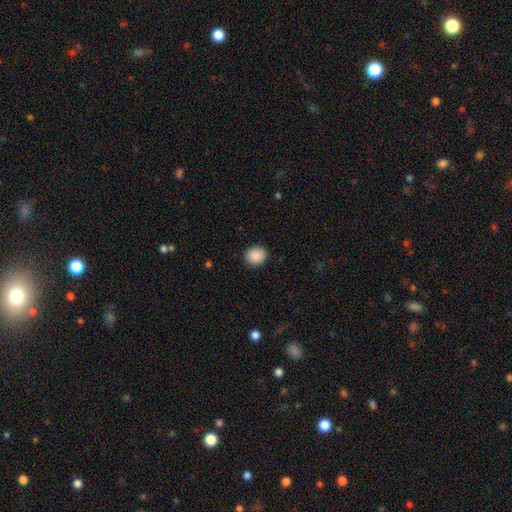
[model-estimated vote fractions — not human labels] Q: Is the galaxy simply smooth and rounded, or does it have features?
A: smooth — 90%.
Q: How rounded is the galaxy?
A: round — 80%.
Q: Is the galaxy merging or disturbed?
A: none — 90%.